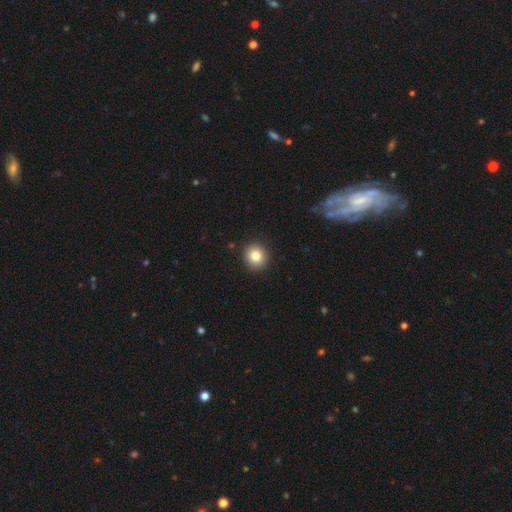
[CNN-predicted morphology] Smooth or featured?
  - smooth: 81% *
  - star or artifact: 10%
  - featured or disk: 8%
How rounded?
  - round: 91% *
  - in between: 8%
  - cigar-shaped: 1%
Merging?
  - none: 92% *
  - minor disturbance: 5%
  - major disturbance: 2%
  - merger: 1%